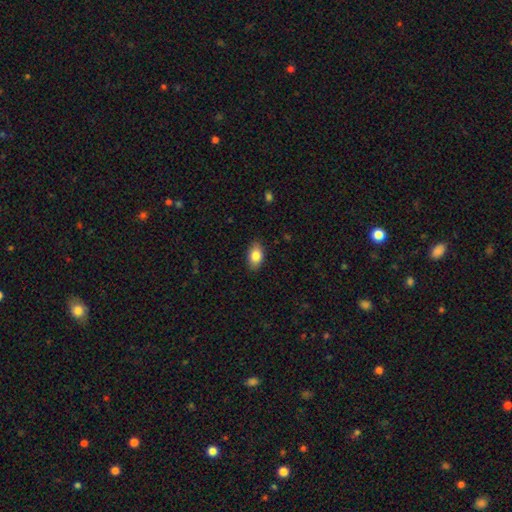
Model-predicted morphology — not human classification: Smooth or featured?
  - smooth: 84% *
  - featured or disk: 9%
  - star or artifact: 7%
How rounded?
  - in between: 91% *
  - round: 8%
  - cigar-shaped: 2%
Merging?
  - none: 88% *
  - minor disturbance: 9%
  - major disturbance: 2%
  - merger: 1%